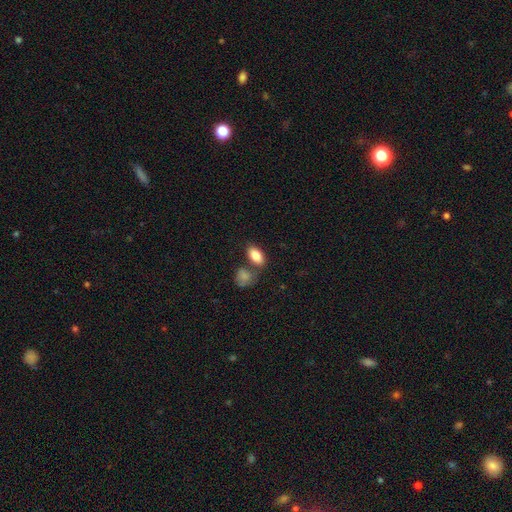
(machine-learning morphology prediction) Smooth or featured?
  - smooth: 85% *
  - featured or disk: 8%
  - star or artifact: 7%
How rounded?
  - in between: 91% *
  - round: 6%
  - cigar-shaped: 3%
Merging?
  - none: 62% *
  - merger: 21%
  - minor disturbance: 13%
  - major disturbance: 4%